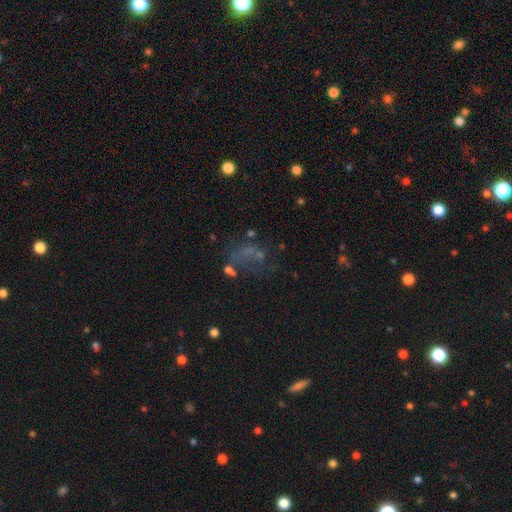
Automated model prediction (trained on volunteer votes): A smooth galaxy with no disk features (34%). Merging: none (37%).